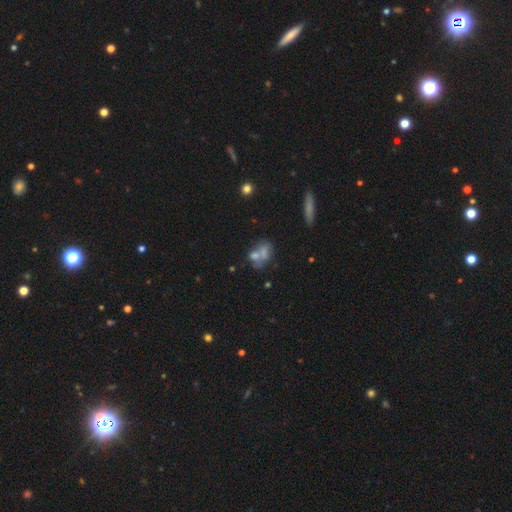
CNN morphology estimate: smooth-or-featured: smooth: 48% | featured or disk: 29% | star or artifact: 23%
  merging: none: 43% | merger: 36% | minor disturbance: 13% | major disturbance: 8%